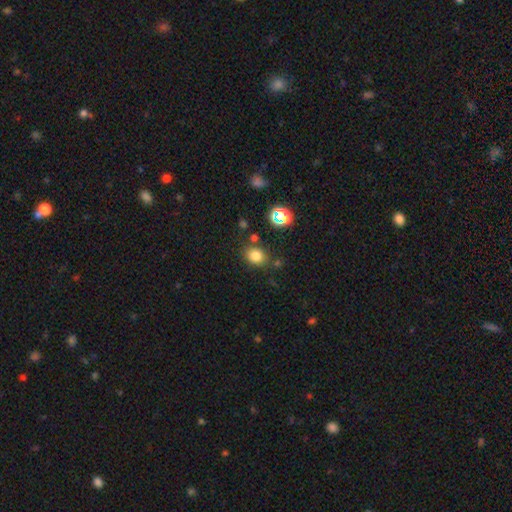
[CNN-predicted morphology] Q: Smooth or featured?
A: smooth (77%); runner-up: star or artifact (16%)
Q: How rounded?
A: round (55%); runner-up: in between (44%)
Q: Merging?
A: none (76%); runner-up: minor disturbance (13%)